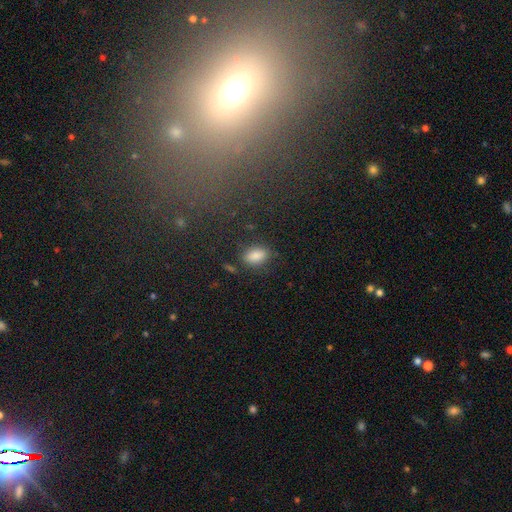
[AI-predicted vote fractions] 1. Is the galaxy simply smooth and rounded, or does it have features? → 85% smooth, 9% star or artifact, 5% featured or disk.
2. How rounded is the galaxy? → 88% in between, 9% round, 3% cigar-shaped.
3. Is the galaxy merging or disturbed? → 79% none, 14% minor disturbance, 4% major disturbance, 3% merger.